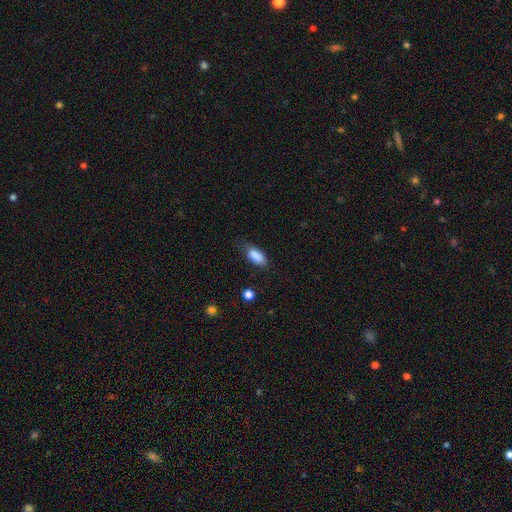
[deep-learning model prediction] smooth_or_featured: smooth (p=0.87) [alt: star or artifact p=0.07]
how_rounded: in between (p=0.86) [alt: cigar-shaped p=0.11]
merging: none (p=0.65) [alt: minor disturbance p=0.26]